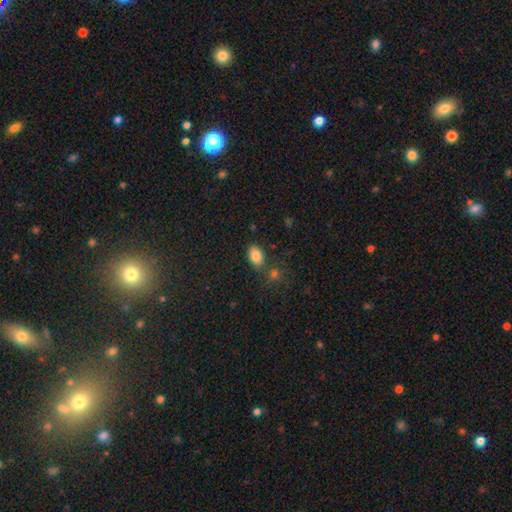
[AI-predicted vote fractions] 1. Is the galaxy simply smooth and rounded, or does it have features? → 83% smooth, 10% star or artifact, 8% featured or disk.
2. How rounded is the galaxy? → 82% in between, 17% round, 1% cigar-shaped.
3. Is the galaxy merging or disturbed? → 74% none, 13% minor disturbance, 9% merger, 4% major disturbance.